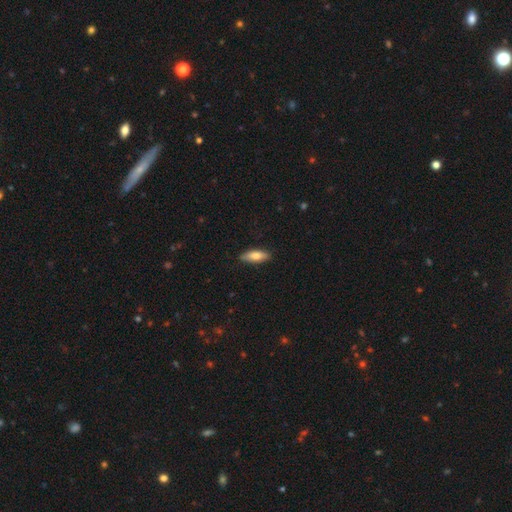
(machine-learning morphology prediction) Smooth or featured: smooth — 75% (featured or disk — 20%)
How rounded: in between — 62% (cigar-shaped — 36%)
Merging: none — 86% (minor disturbance — 11%)